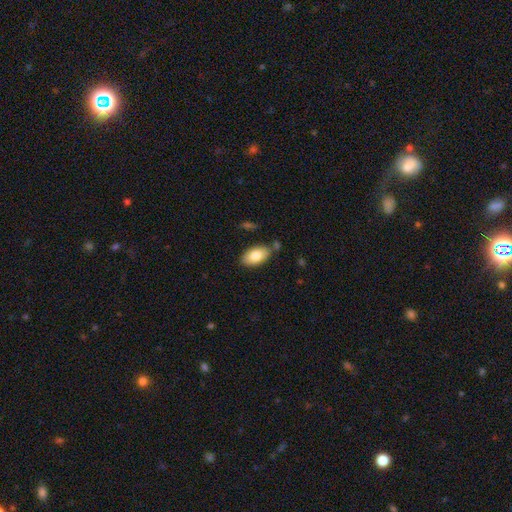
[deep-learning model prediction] This is clearly a smooth galaxy (82%). How rounded: clearly in between (94%). Merging: likely none (78%).